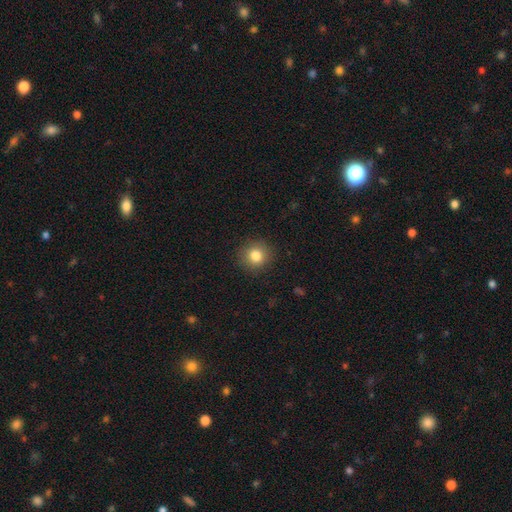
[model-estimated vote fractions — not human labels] Smooth or featured: smooth — 83% (star or artifact — 11%)
How rounded: round — 90% (in between — 9%)
Merging: none — 90% (minor disturbance — 7%)